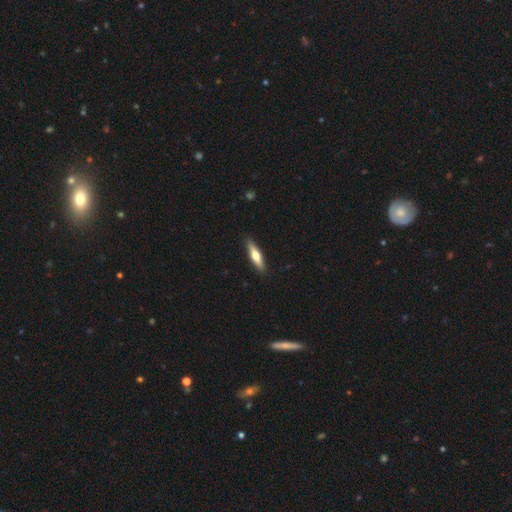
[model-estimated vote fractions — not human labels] Q: Smooth or featured?
A: smooth (51%); runner-up: featured or disk (44%)
Q: How rounded?
A: cigar-shaped (76%); runner-up: in between (22%)
Q: Merging?
A: none (90%); runner-up: minor disturbance (7%)